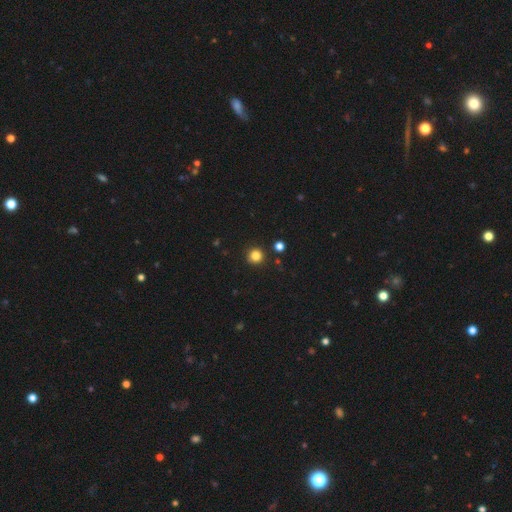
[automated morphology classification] Smooth or featured?
  - smooth: 84% *
  - star or artifact: 12%
  - featured or disk: 4%
How rounded?
  - round: 94% *
  - in between: 5%
  - cigar-shaped: 1%
Merging?
  - none: 90% *
  - minor disturbance: 6%
  - merger: 2%
  - major disturbance: 2%